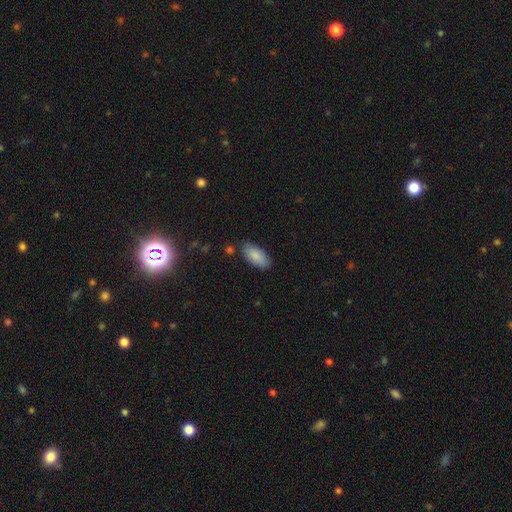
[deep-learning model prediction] Smooth or featured? Predicted: smooth (p=0.87). How rounded? Predicted: in between (p=0.91). Merging? Predicted: none (p=0.80).